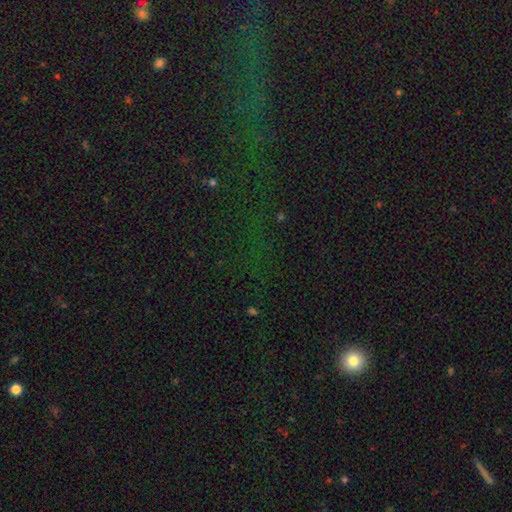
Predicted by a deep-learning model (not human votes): Overall: star or artifact (69%).